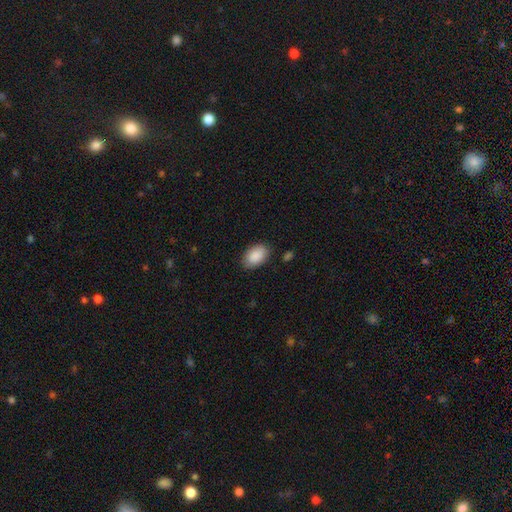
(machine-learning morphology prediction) A smooth galaxy with no disk features (90%) that is in between round and cigar-shaped (92%). Merging: none (86%).